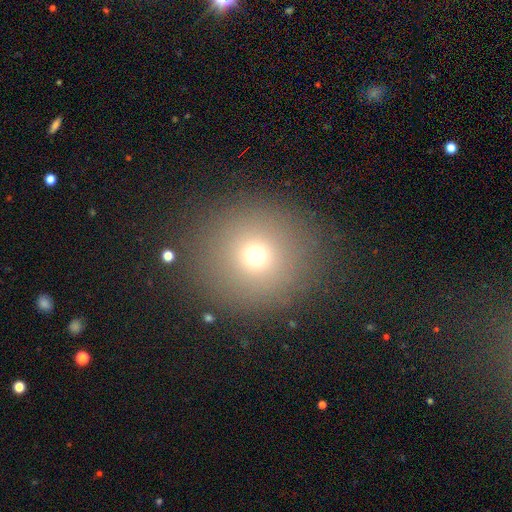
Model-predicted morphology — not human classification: The model was most divided on "smooth or featured": smooth: 68%, star or artifact: 22%, featured or disk: 10%. More confident: how rounded — round (94%); merging — none (86%).